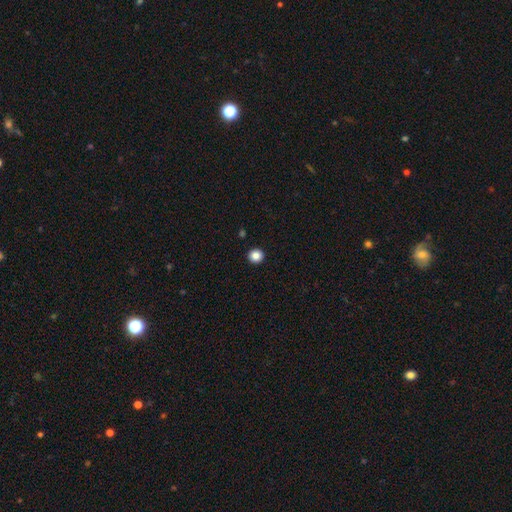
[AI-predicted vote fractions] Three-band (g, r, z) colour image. It shows a smooth galaxy with no disk features (85%) that is round (95%). Merging: none (94%).